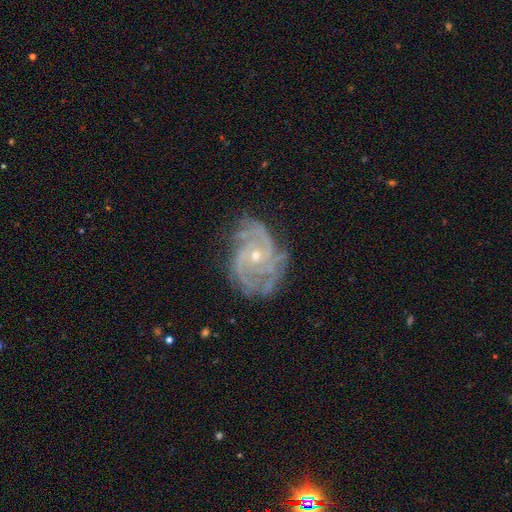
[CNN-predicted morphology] This is clearly a featured or disk galaxy (91%). It is clearly not viewed edge-on (98%). Bar: likely no (72%). Spiral arm pattern: clearly yes (98%). Spiral arm count: marginally 3 (30%). Spiral winding: possibly tight (59%). Central bulge: likely small (68%). Merging: likely none (70%).